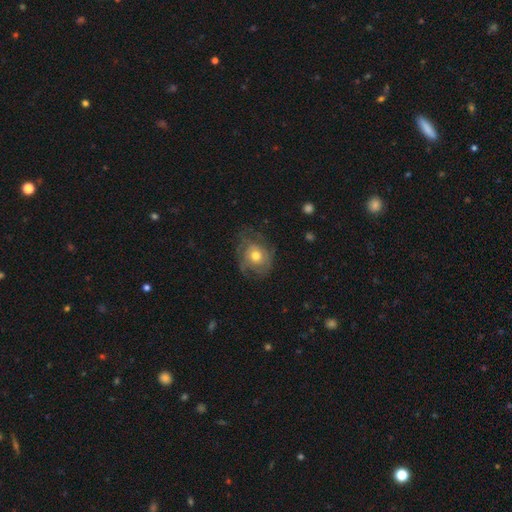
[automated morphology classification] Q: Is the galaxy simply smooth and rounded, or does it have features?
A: featured or disk — 54%.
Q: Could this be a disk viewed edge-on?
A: no — 96%.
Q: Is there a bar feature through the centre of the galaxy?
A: no — 86%.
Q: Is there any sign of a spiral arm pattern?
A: yes — 67%.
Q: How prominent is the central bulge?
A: moderate — 70%.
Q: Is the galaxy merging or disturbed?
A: none — 60%.